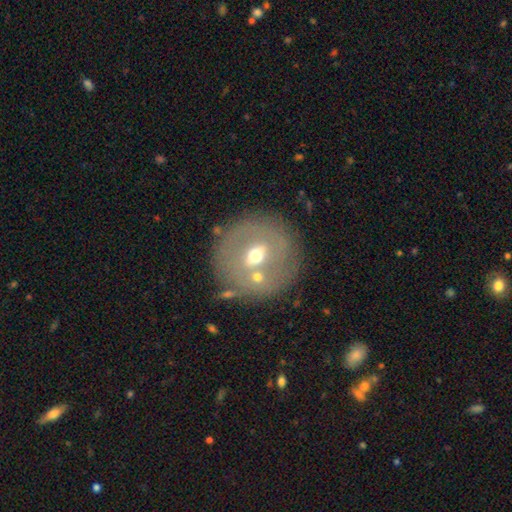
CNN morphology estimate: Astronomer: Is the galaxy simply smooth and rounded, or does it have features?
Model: featured or disk — 51% (runner-up: smooth, 39%).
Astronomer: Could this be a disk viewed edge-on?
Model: no — 88%.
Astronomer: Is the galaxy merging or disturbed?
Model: none — 74%.